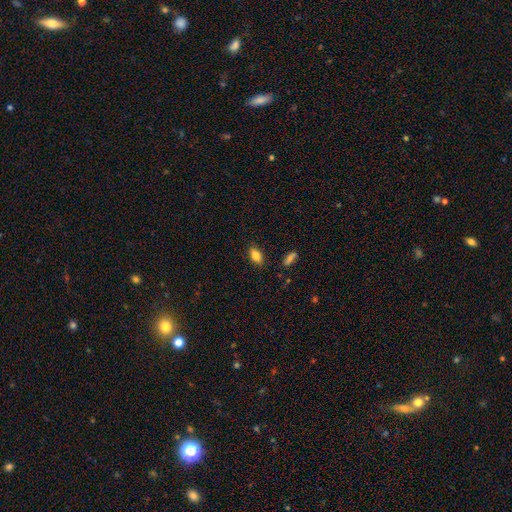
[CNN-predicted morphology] Q: Smooth or featured?
A: smooth (80%); runner-up: featured or disk (11%)
Q: How rounded?
A: in between (87%); runner-up: cigar-shaped (8%)
Q: Merging?
A: none (86%); runner-up: minor disturbance (10%)